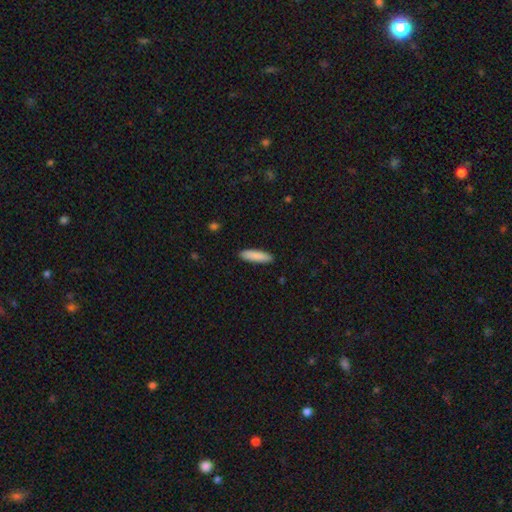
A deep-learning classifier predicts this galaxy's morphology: smooth 88%, featured or disk 6%, star or artifact 6%. Down the decision tree: how rounded — cigar-shaped (68%); merging — none (90%).